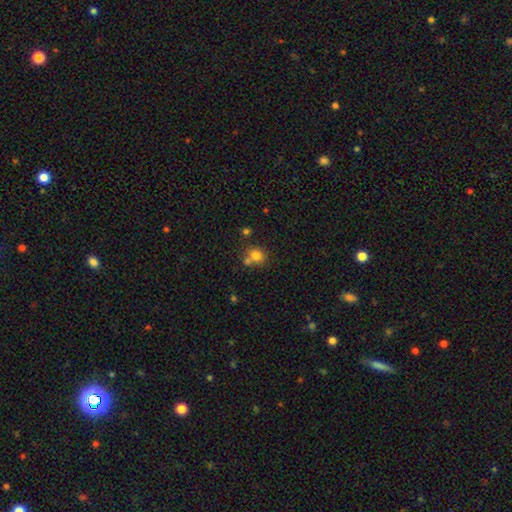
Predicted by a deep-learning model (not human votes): This is likely a smooth galaxy (78%). How rounded: likely round (80%). Merging: possibly none (55%).